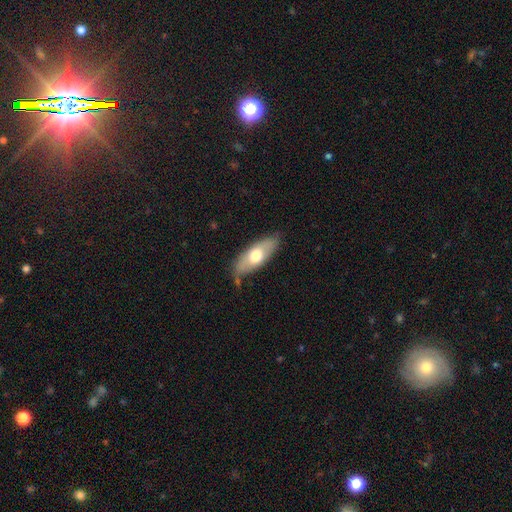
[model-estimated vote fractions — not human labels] Smooth or featured? smooth (60%)
How rounded? in between (70%)
Merging? none (75%)